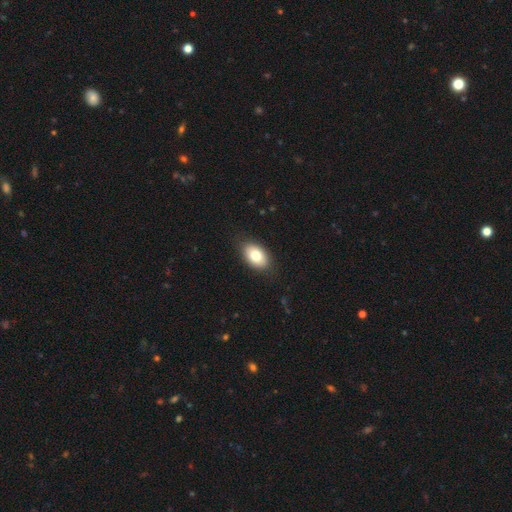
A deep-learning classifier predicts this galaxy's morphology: This appears to be a smooth galaxy with no disk features (80%) that is in between round and cigar-shaped (91%). Merging: none (86%).